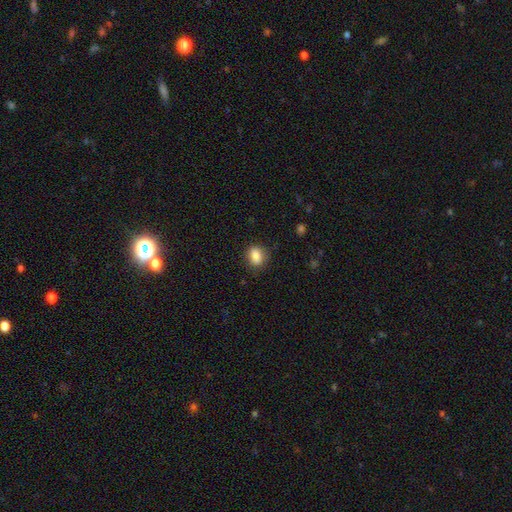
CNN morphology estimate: A smooth galaxy with no disk features (86%) that is in between round and cigar-shaped (63%).

Vote fractions:
- Smooth or featured? smooth: 86% / star or artifact: 9% / featured or disk: 5%
- How rounded? in between: 63% / round: 35% / cigar-shaped: 2%
- Merging? none: 83% / minor disturbance: 13% / major disturbance: 3% / merger: 1%